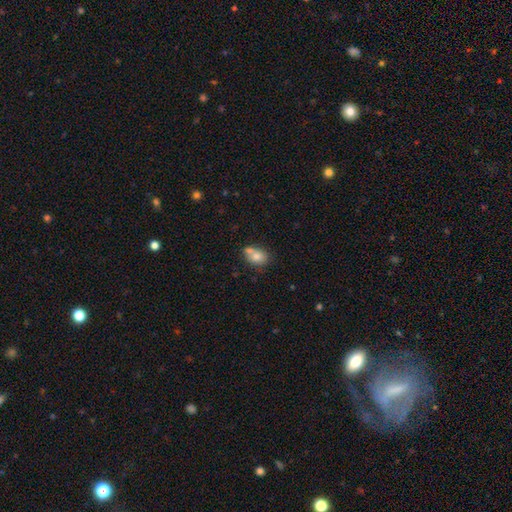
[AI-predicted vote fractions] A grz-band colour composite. It shows a smooth galaxy with no disk features (77%) that is in between round and cigar-shaped (69%). Merging: none (46%).